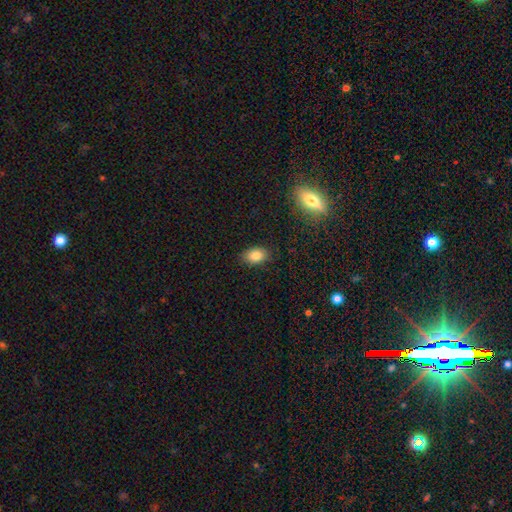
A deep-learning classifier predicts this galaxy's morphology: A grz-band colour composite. It shows a smooth galaxy with no disk features (84%) that is in between round and cigar-shaped (84%). Merging: none (86%).